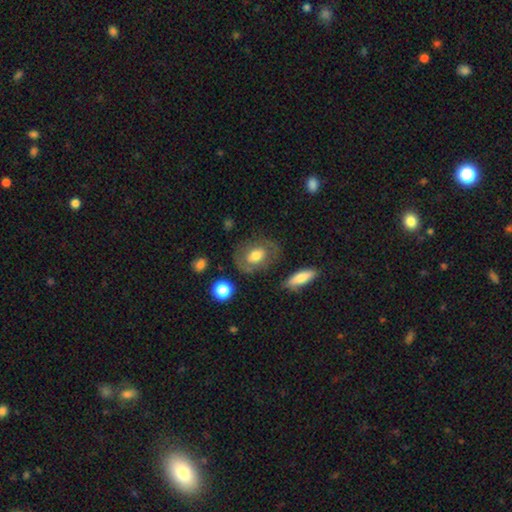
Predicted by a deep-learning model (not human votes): Smooth or featured?
  - smooth: 52% *
  - featured or disk: 41%
  - star or artifact: 7%
How rounded?
  - in between: 65% *
  - round: 33%
  - cigar-shaped: 2%
Merging?
  - none: 70% *
  - minor disturbance: 17%
  - major disturbance: 10%
  - merger: 3%